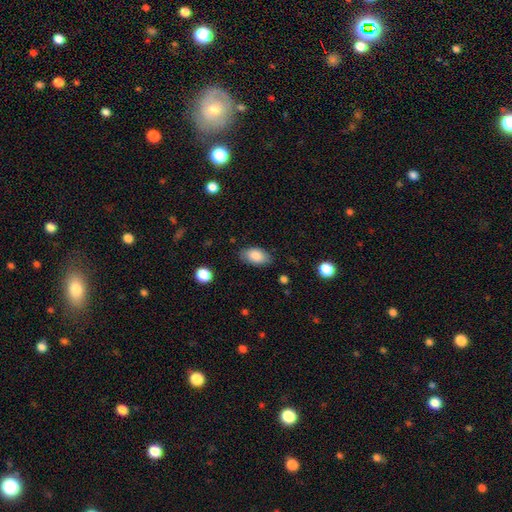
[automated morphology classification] smooth 86%, star or artifact 7%, featured or disk 7%. Down the decision tree: how rounded — in between (93%); merging — none (80%).